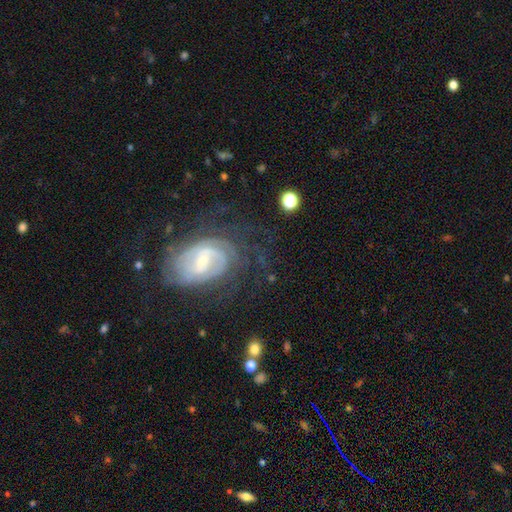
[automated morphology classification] The model was most divided on "bulge size": small: 45%, moderate: 38%, large: 8%, none: 6%, dominant: 2%. Remaining: edge-on disk — no (95%); spiral arms — yes (83%); merging — none (65%); smooth or featured — featured or disk (62%); bar — weak (46%).